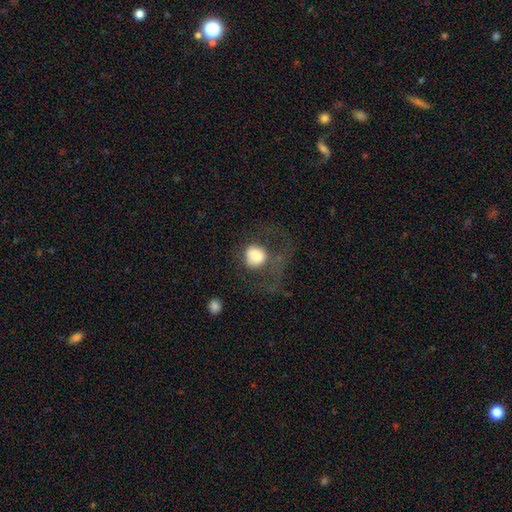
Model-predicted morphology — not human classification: Q: Smooth or featured?
A: smooth (77%); runner-up: featured or disk (14%)
Q: How rounded?
A: round (78%); runner-up: in between (21%)
Q: Merging?
A: major disturbance (47%); runner-up: none (31%)